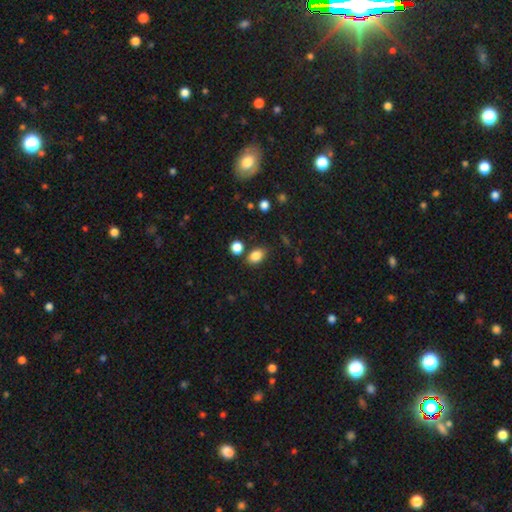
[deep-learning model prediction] Smooth or featured: smooth — 85% (star or artifact — 10%)
How rounded: in between — 78% (round — 20%)
Merging: none — 77% (minor disturbance — 12%)